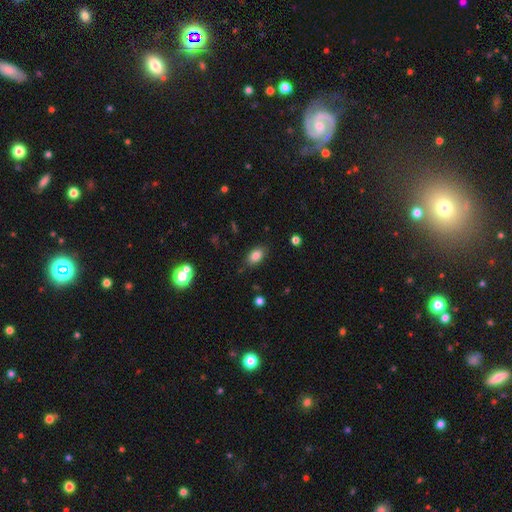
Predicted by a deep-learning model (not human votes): Morphology: type=smooth (83%); roundness=in between (87%); merging=none (85%).